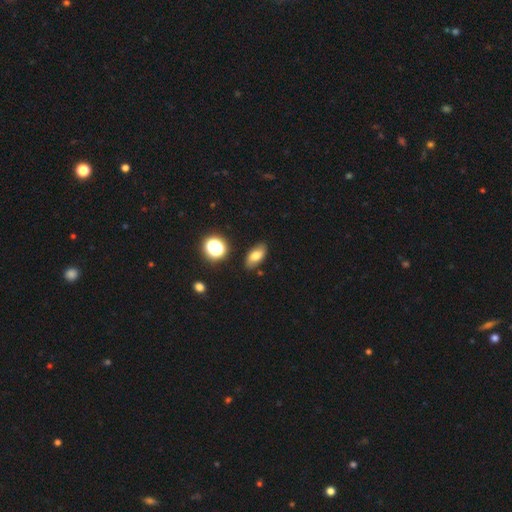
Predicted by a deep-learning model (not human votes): Q: Smooth or featured?
A: smooth (70%); runner-up: featured or disk (18%)
Q: How rounded?
A: in between (86%); runner-up: round (9%)
Q: Merging?
A: none (83%); runner-up: minor disturbance (12%)